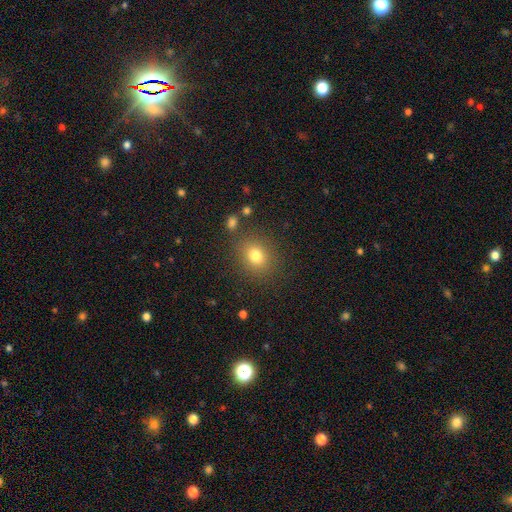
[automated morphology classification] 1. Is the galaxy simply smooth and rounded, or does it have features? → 78% smooth, 13% star or artifact, 9% featured or disk.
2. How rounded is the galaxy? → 64% round, 35% in between, 1% cigar-shaped.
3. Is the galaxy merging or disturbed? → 82% none, 10% minor disturbance, 4% major disturbance, 3% merger.